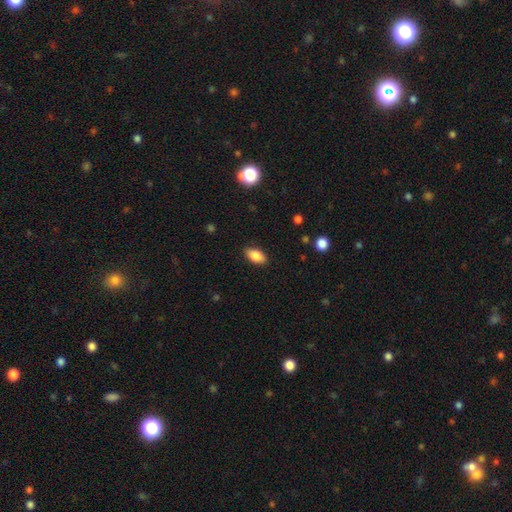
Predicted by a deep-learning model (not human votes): The model was most divided on "merging": none: 87%, minor disturbance: 10%, major disturbance: 2%, merger: 1%. More confident: how rounded — in between (91%); smooth or featured — smooth (85%).